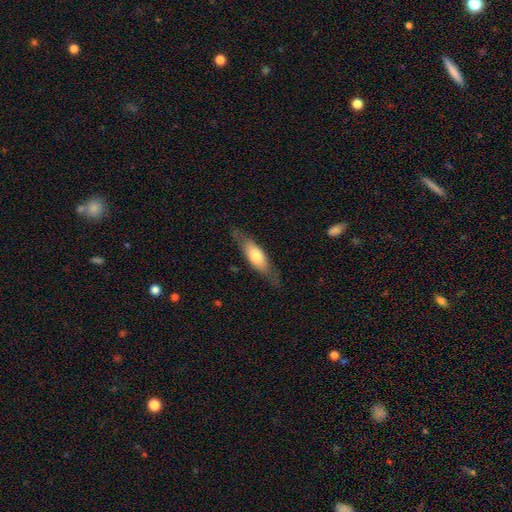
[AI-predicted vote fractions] smooth_or_featured: smooth (p=0.61) [alt: featured or disk p=0.33]
how_rounded: in between (p=0.56) [alt: cigar-shaped p=0.42]
merging: none (p=0.74) [alt: minor disturbance p=0.18]